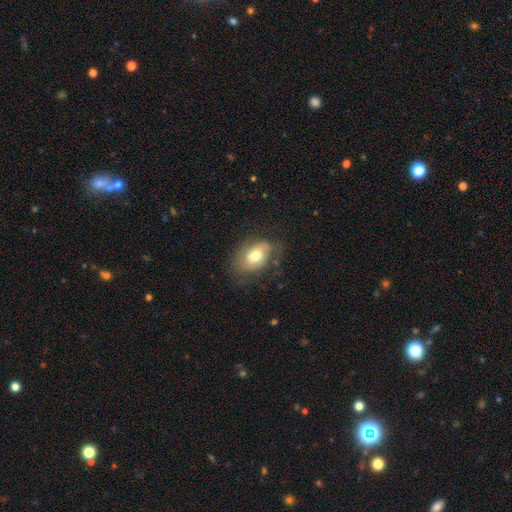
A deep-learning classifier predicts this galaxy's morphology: smooth_or_featured: smooth (p=0.60) [alt: featured or disk p=0.32]
how_rounded: in between (p=0.85) [alt: round p=0.14]
merging: none (p=0.62) [alt: minor disturbance p=0.25]